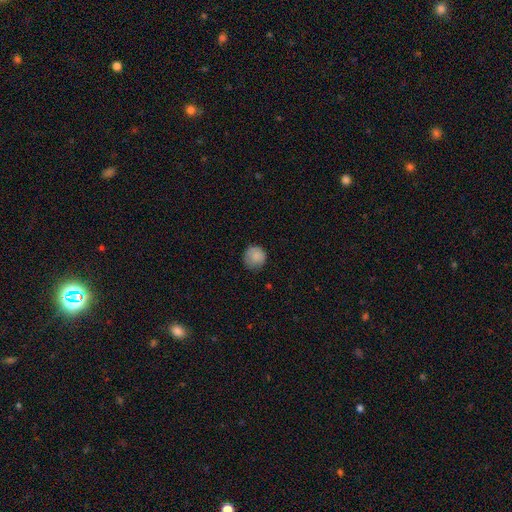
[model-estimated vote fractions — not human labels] Smooth or featured: smooth — 85% (star or artifact — 8%)
How rounded: round — 93% (in between — 7%)
Merging: none — 78% (minor disturbance — 17%)